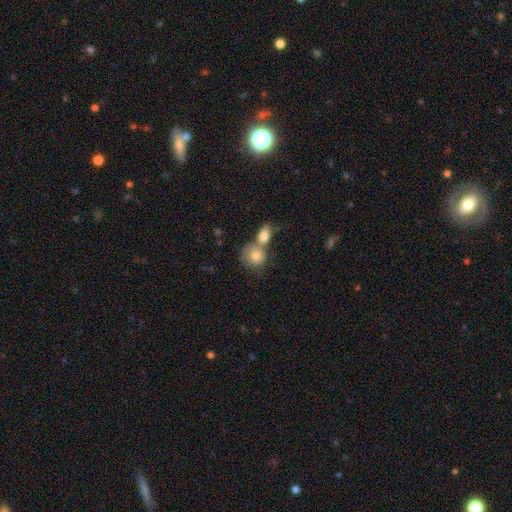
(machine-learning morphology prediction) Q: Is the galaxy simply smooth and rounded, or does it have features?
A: smooth — 78%.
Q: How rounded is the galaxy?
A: round — 66%.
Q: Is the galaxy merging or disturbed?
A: merger — 61%.